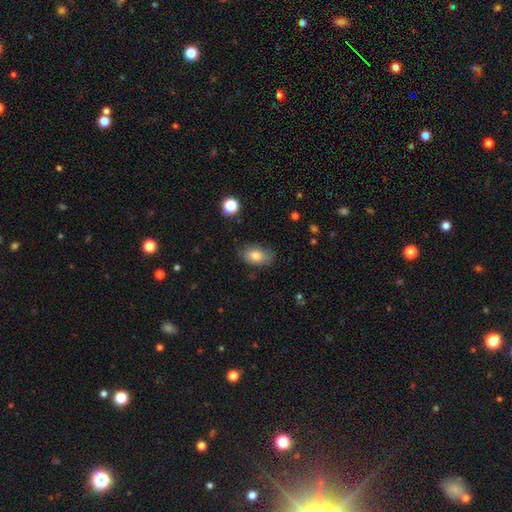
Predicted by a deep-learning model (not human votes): The model was most divided on "merging": none: 76%, minor disturbance: 19%, major disturbance: 4%, merger: 1%. More confident: how rounded — in between (89%); smooth or featured — smooth (78%).